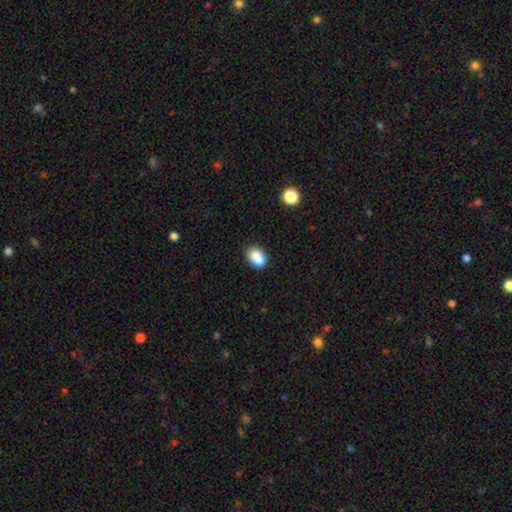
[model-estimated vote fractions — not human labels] Smooth or featured: smooth — 72% (featured or disk — 17%)
How rounded: in between — 58% (round — 40%)
Merging: merger — 48% (none — 36%)